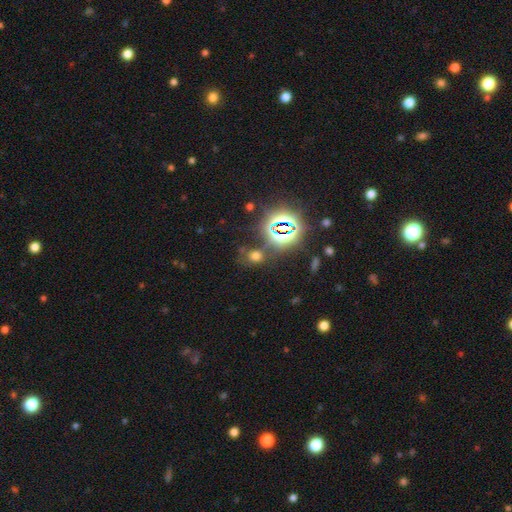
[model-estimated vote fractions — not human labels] Morphology: type=smooth (48%); merging=none (68%).